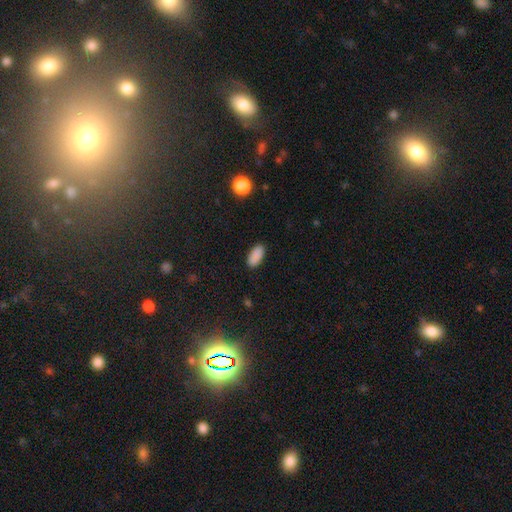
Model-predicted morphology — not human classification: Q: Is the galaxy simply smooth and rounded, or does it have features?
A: smooth — 89%.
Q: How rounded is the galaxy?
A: in between — 91%.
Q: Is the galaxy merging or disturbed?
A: none — 89%.